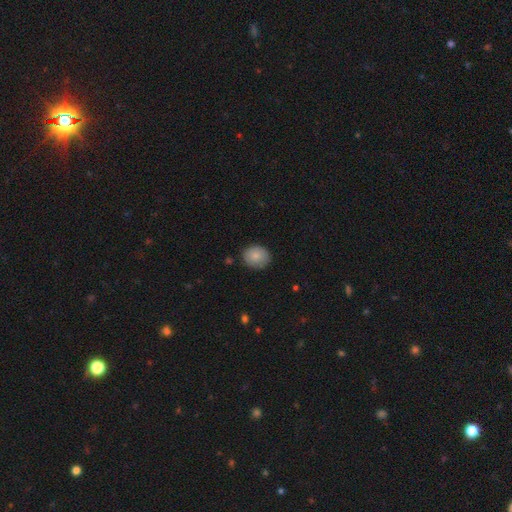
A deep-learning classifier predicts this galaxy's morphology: A smooth galaxy with no disk features (83%) that is round (73%). Merging: none (85%).